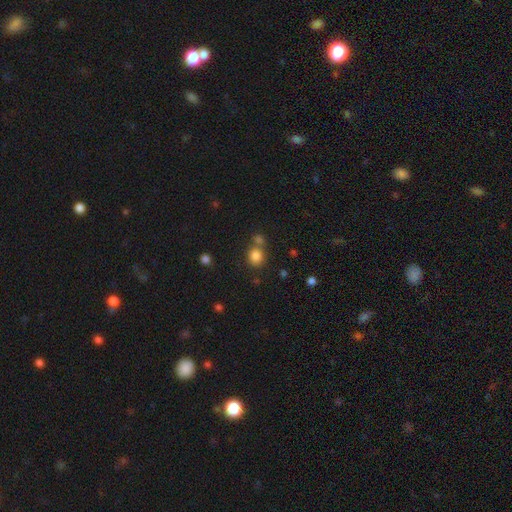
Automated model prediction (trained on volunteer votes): Smooth or featured? Predicted: smooth (p=0.82). How rounded? Predicted: round (p=0.73). Merging? Predicted: none (p=0.61).